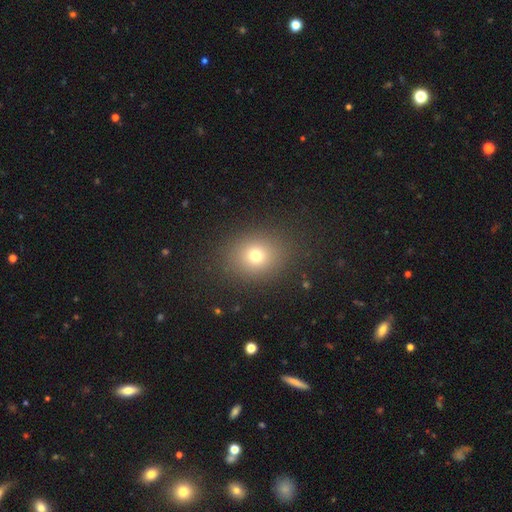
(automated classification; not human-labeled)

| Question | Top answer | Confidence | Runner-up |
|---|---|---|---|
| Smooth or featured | smooth | 72% | star or artifact (18%) |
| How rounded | round | 66% | in between (33%) |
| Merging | none | 86% | minor disturbance (9%) |